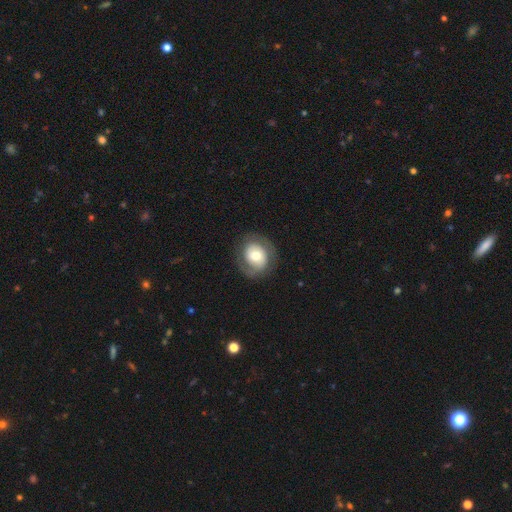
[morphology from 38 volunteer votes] Overall: featured or disk (55%; smooth 39%). Edge-on disk: no (95%). Bar: no (70%). Spiral arms: no (80%). Bulge size: moderate (60%; large 25%). Merging: none (78%).